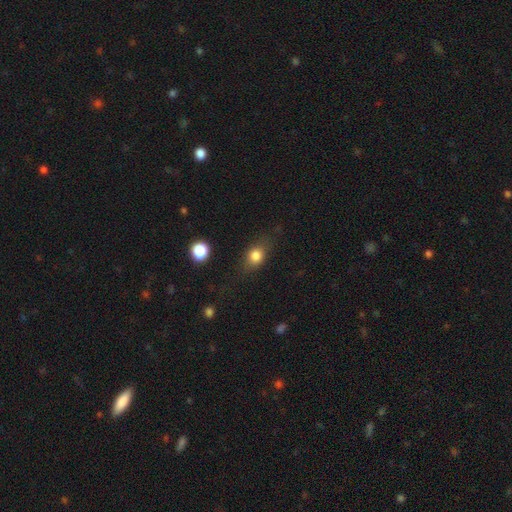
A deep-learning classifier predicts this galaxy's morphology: smooth 77%, featured or disk 13%, star or artifact 10%. Down the decision tree: how rounded — in between (51%); merging — none (72%).